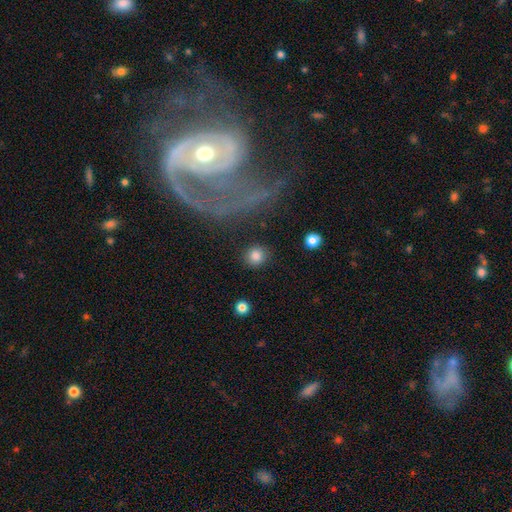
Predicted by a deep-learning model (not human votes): This is clearly a smooth galaxy (85%). How rounded: clearly round (90%). Merging: clearly none (88%).